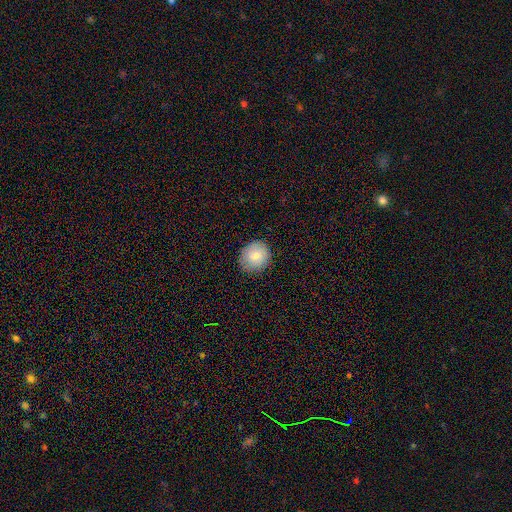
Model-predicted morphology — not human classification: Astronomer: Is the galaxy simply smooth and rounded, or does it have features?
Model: smooth — 82%.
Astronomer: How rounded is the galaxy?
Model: round — 81%.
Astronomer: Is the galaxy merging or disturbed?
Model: none — 85%.